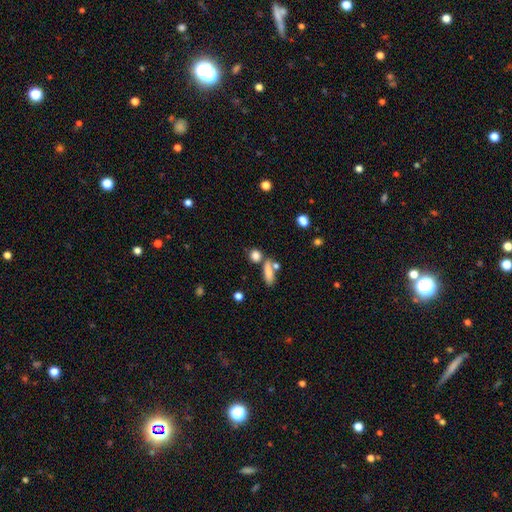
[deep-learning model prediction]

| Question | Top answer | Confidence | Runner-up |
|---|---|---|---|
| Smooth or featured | smooth | 81% | star or artifact (11%) |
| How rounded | round | 61% | in between (24%) |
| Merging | none | 62% | merger (22%) |